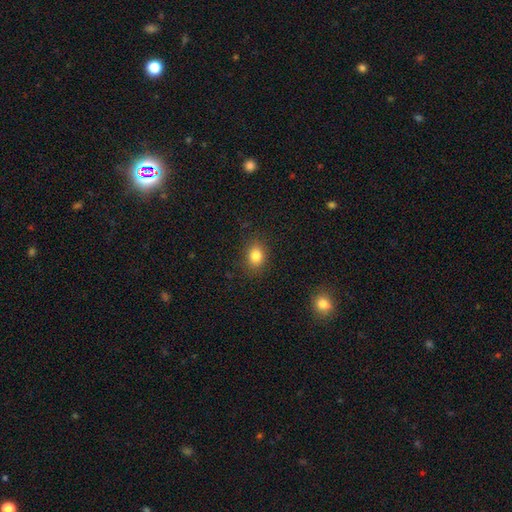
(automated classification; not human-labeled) Overall: smooth (83%). How rounded: in between (56%; round 43%). Merging: none (87%).